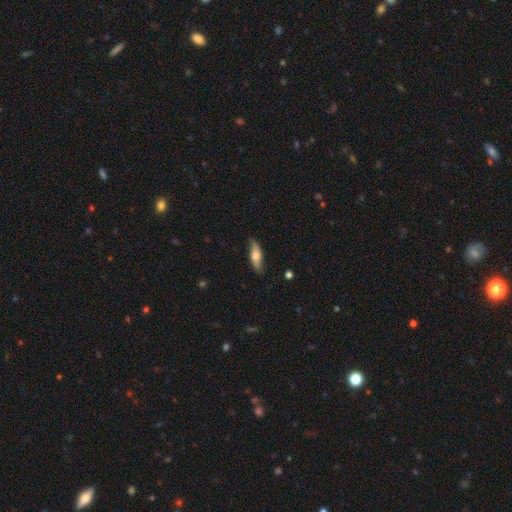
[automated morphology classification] Smooth or featured? smooth (55%)
How rounded? cigar-shaped (53%)
Merging? none (82%)